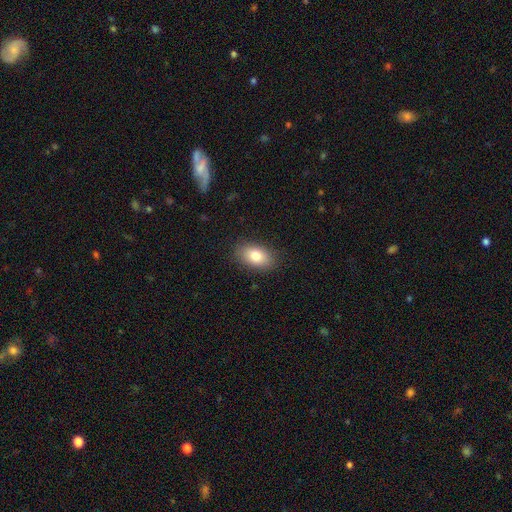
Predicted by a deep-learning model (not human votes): Overall: smooth (81%). How rounded: in between (89%). Merging: none (87%).